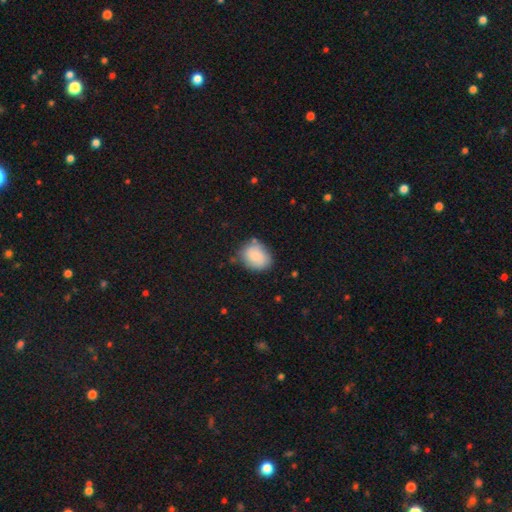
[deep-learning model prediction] smooth 83%, featured or disk 10%, star or artifact 7%. Down the decision tree: how rounded — in between (54%); merging — none (67%).